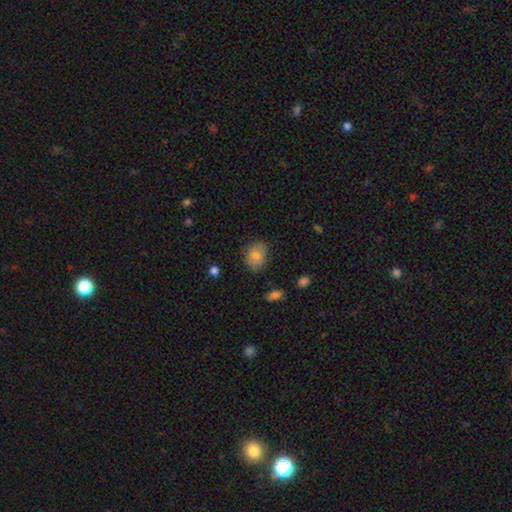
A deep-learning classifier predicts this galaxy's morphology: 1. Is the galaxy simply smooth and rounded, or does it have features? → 80% smooth, 11% featured or disk, 9% star or artifact.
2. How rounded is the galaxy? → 61% in between, 38% round, 1% cigar-shaped.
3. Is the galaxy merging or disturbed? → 74% none, 20% minor disturbance, 4% major disturbance, 2% merger.